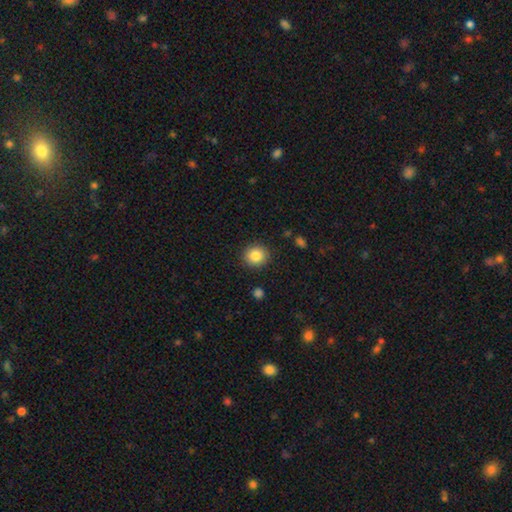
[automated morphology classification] smooth-or-featured: smooth: 84% | star or artifact: 9% | featured or disk: 6%
  how-rounded: round: 85% | in between: 14% | cigar-shaped: 1%
  merging: none: 90% | minor disturbance: 7% | major disturbance: 2% | merger: 1%